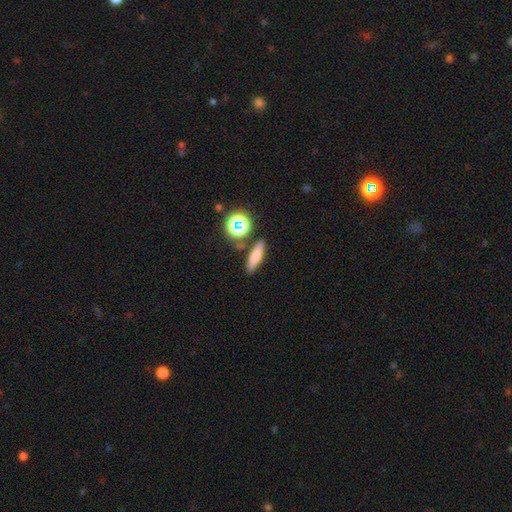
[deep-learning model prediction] smooth-or-featured: smooth: 72% | featured or disk: 14% | star or artifact: 13%
  how-rounded: cigar-shaped: 59% | in between: 30% | round: 11%
  merging: none: 82% | minor disturbance: 9% | merger: 6% | major disturbance: 3%